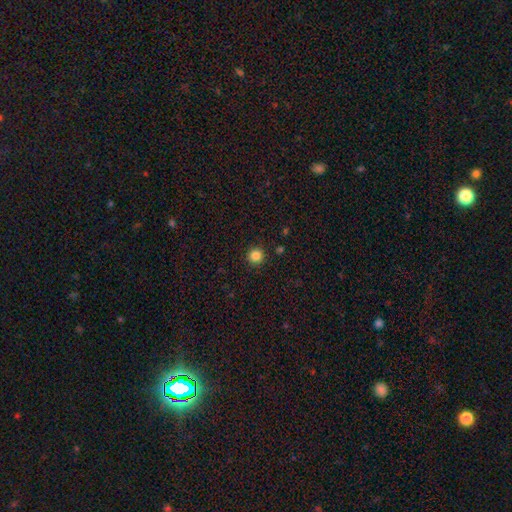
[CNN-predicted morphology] smooth-or-featured: smooth: 84% | star or artifact: 12% | featured or disk: 4%
  how-rounded: round: 95% | in between: 4% | cigar-shaped: 1%
  merging: none: 92% | minor disturbance: 5% | major disturbance: 2% | merger: 1%